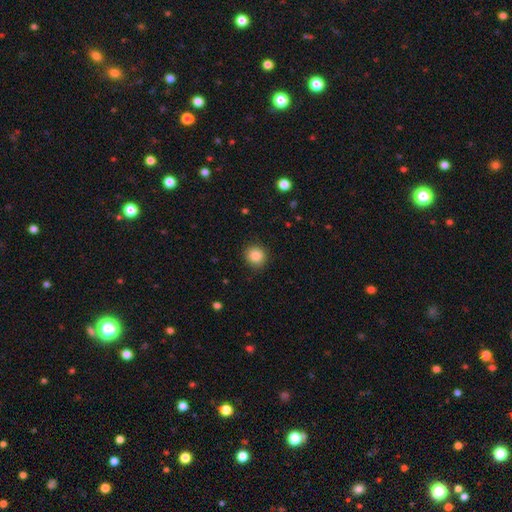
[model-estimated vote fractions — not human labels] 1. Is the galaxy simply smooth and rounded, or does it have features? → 86% smooth, 10% star or artifact, 4% featured or disk.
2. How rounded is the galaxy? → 91% round, 8% in between, 1% cigar-shaped.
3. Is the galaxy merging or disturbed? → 89% none, 8% minor disturbance, 2% major disturbance, 1% merger.